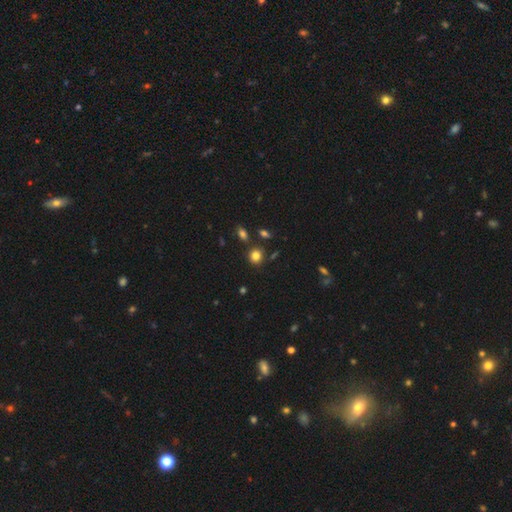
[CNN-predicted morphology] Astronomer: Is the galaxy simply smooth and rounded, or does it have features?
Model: smooth — 82%.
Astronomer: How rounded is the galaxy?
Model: round — 80%.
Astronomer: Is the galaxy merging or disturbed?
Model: none — 80%.